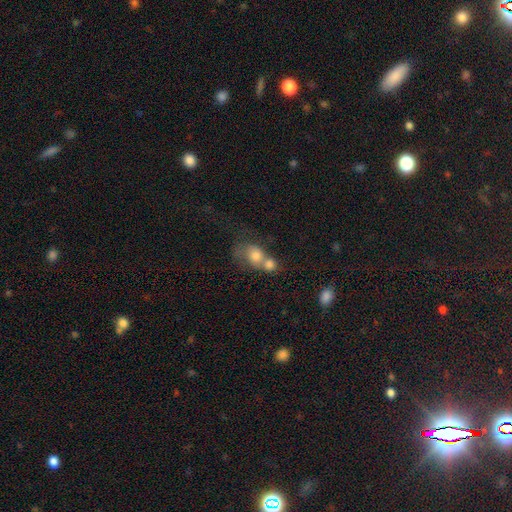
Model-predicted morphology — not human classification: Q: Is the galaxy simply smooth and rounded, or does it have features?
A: smooth — 72%.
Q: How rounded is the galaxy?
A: round — 60%.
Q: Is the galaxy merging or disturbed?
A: merger — 69%.